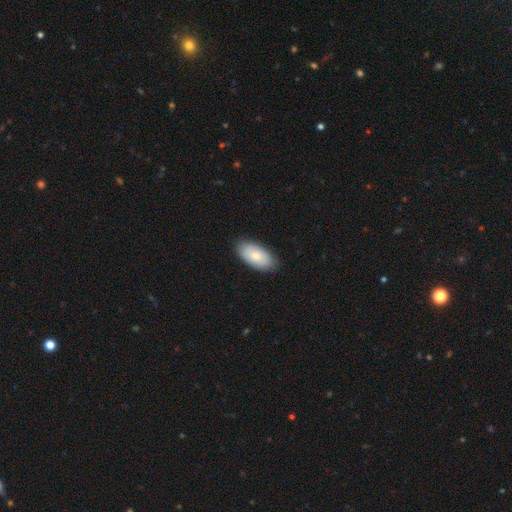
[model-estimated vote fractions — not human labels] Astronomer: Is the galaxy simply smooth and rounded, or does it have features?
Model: smooth — 80%.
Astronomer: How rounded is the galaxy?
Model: in between — 94%.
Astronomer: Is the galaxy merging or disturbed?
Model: none — 87%.